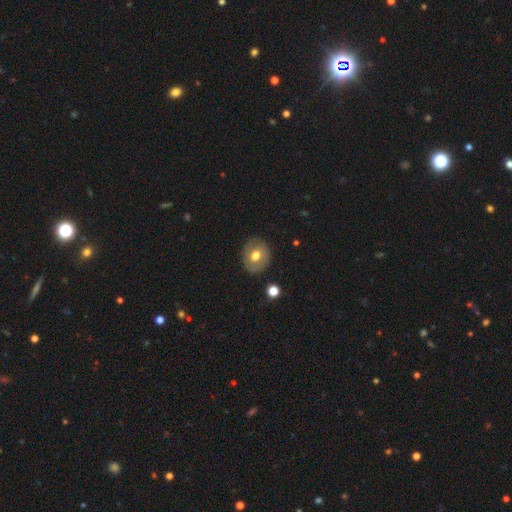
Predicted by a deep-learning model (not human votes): smooth-or-featured: smooth: 60% | featured or disk: 32% | star or artifact: 8%
  how-rounded: round: 68% | in between: 31% | cigar-shaped: 1%
  merging: none: 84% | minor disturbance: 11% | major disturbance: 3% | merger: 1%